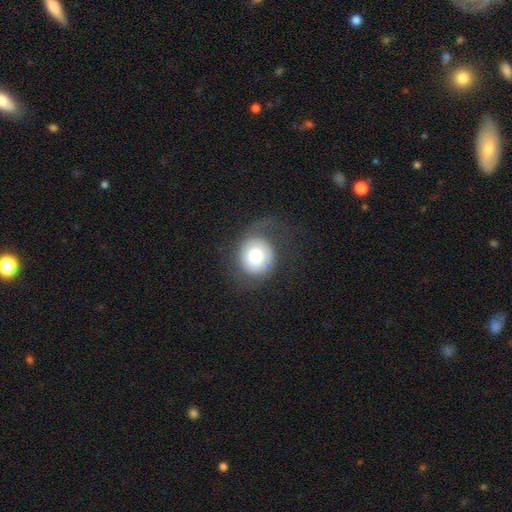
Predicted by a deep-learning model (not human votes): This is likely a smooth galaxy (66%). How rounded: clearly round (82%). Merging: possibly none (56%).